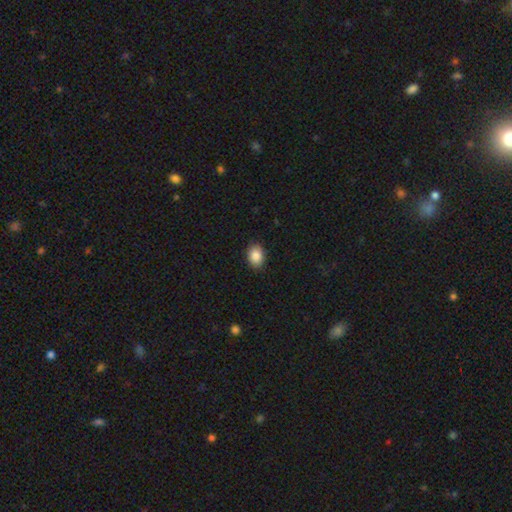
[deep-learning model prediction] Overall: smooth (88%). How rounded: in between (75%). Merging: none (87%).